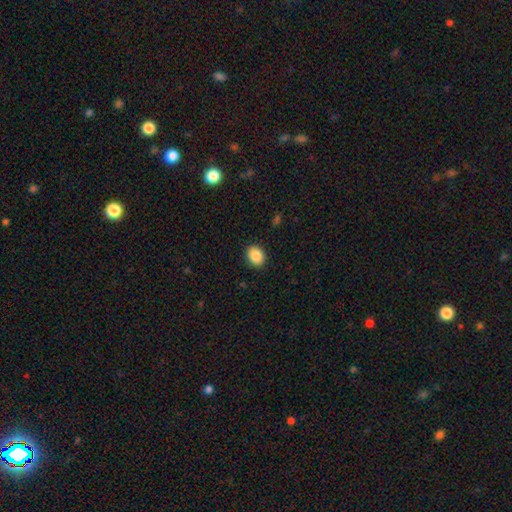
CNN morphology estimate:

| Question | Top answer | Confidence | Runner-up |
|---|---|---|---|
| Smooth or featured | smooth | 88% | star or artifact (8%) |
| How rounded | in between | 56% | round (43%) |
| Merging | none | 90% | minor disturbance (7%) |